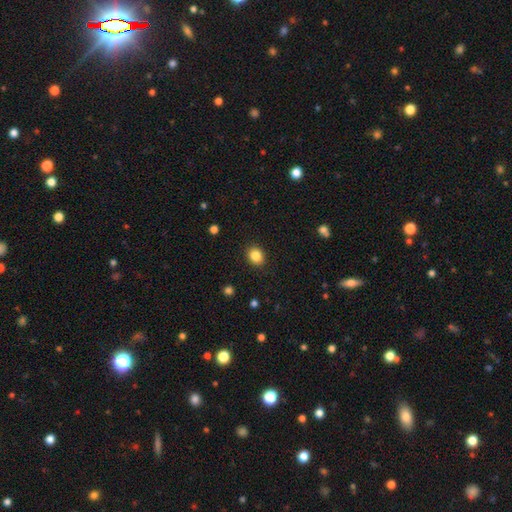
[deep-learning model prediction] Smooth or featured? Predicted: smooth (p=0.86). How rounded? Predicted: round (p=0.60). Merging? Predicted: none (p=0.90).